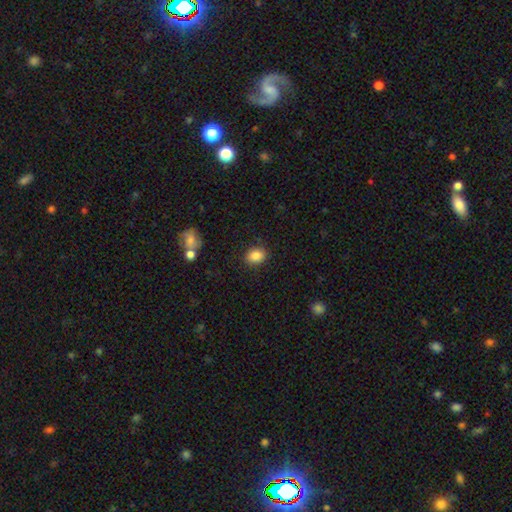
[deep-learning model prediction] A smooth galaxy with no disk features (87%) that is in between round and cigar-shaped (67%). Merging: none (86%).